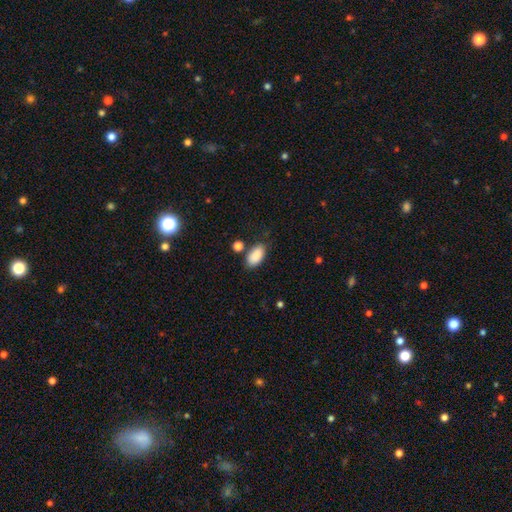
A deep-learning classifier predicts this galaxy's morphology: A smooth galaxy with no disk features (88%) that is in between round and cigar-shaped (93%). Merging: none (73%).